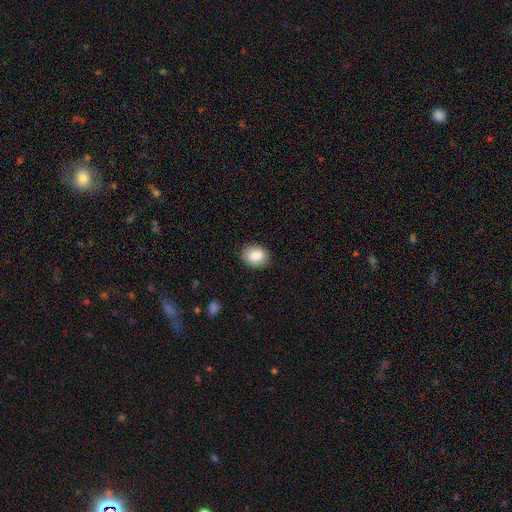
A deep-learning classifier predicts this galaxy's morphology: A smooth galaxy with no disk features (88%) that is in between round and cigar-shaped (63%). Merging: none (86%).